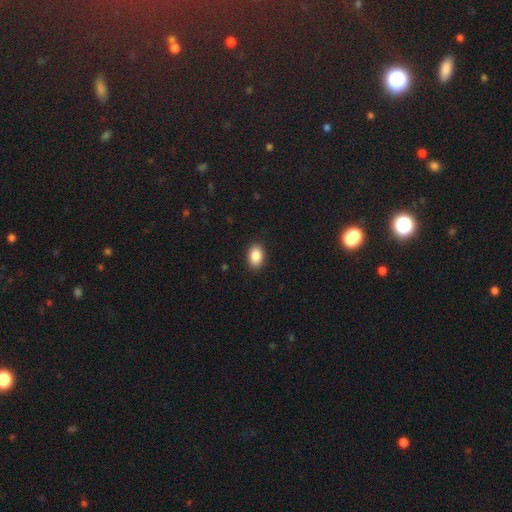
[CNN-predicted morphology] Q: Smooth or featured?
A: smooth (88%); runner-up: star or artifact (8%)
Q: How rounded?
A: in between (84%); runner-up: round (15%)
Q: Merging?
A: none (90%); runner-up: minor disturbance (7%)